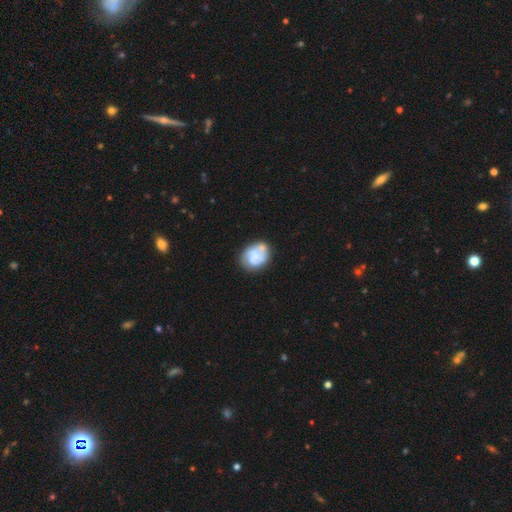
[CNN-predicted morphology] Smooth or featured?
  - smooth: 50% *
  - featured or disk: 42%
  - star or artifact: 7%
How rounded?
  - in between: 59% *
  - round: 40%
  - cigar-shaped: 1%
Merging?
  - none: 56% *
  - minor disturbance: 25%
  - major disturbance: 10%
  - merger: 10%